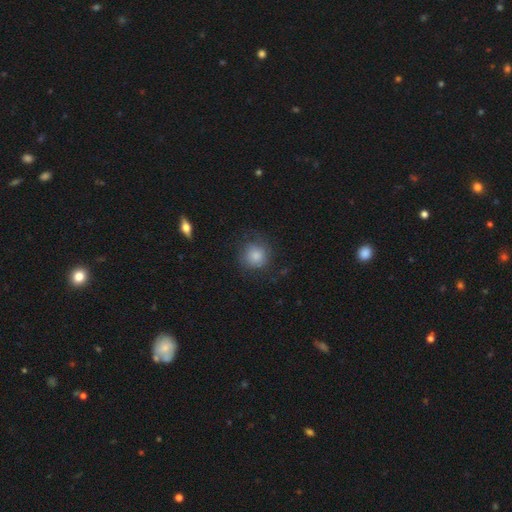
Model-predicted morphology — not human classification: smooth-or-featured: smooth: 78% | featured or disk: 13% | star or artifact: 8%
  how-rounded: round: 90% | in between: 9% | cigar-shaped: 1%
  merging: none: 70% | minor disturbance: 18% | major disturbance: 10% | merger: 1%